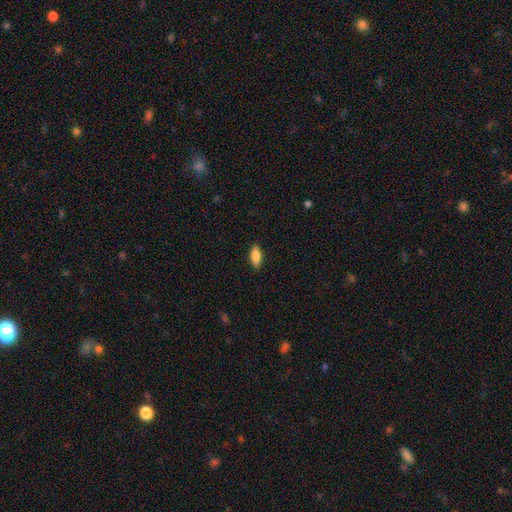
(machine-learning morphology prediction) This is clearly a smooth galaxy (80%). How rounded: likely in between (75%). Merging: clearly none (88%).